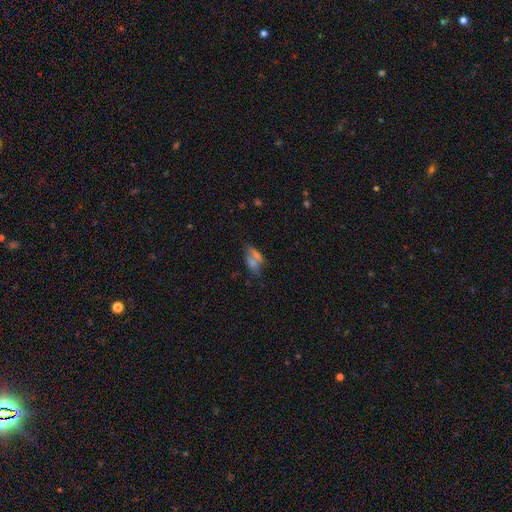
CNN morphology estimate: The model was most divided on "merging": none: 38%, merger: 27%, minor disturbance: 18%, major disturbance: 17%. Remaining: smooth or featured — smooth (43%).